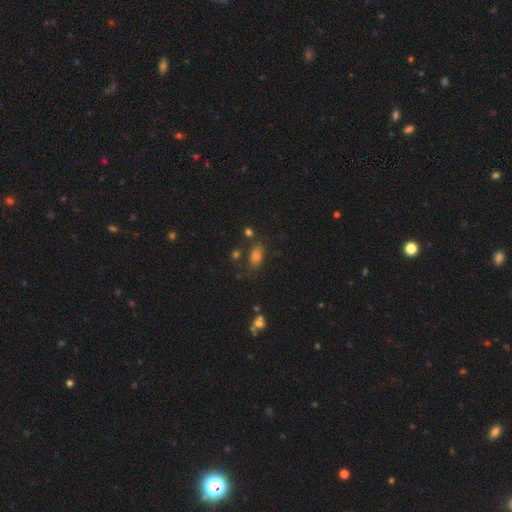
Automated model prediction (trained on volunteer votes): Smooth or featured?
  - smooth: 70% *
  - star or artifact: 21%
  - featured or disk: 8%
How rounded?
  - in between: 84% *
  - round: 11%
  - cigar-shaped: 5%
Merging?
  - none: 69% *
  - minor disturbance: 16%
  - merger: 8%
  - major disturbance: 7%